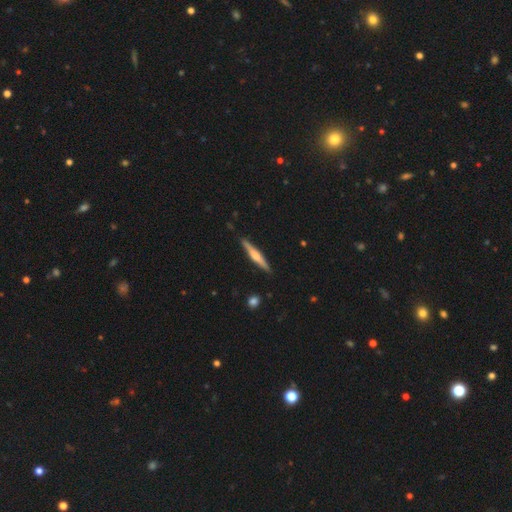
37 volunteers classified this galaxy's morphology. Smooth or featured: featured or disk — 62% (smooth — 32%)
Edge-on disk: yes — 96% (no — 4%)
Edge-on bulge: rounded — 64% (boxy — 27%)
Merging: none — 86% (minor disturbance — 9%)